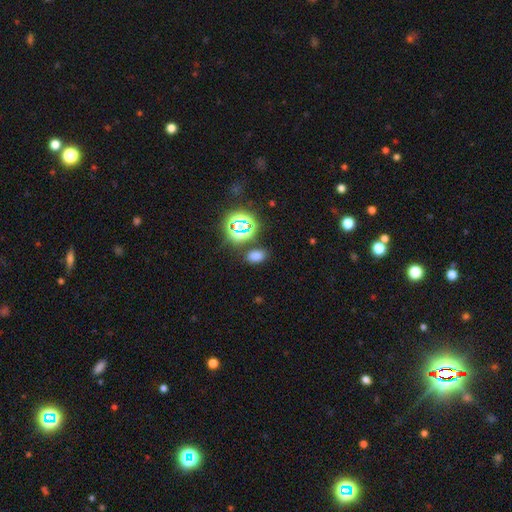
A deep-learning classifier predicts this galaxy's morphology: Overall: smooth (67%; star or artifact 27%). How rounded: in between (82%). Merging: none (80%).